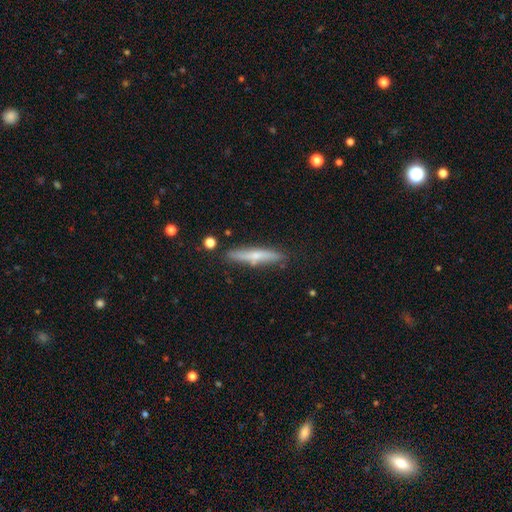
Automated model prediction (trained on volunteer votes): A featured or disk galaxy (47%). Merging: none (83%).